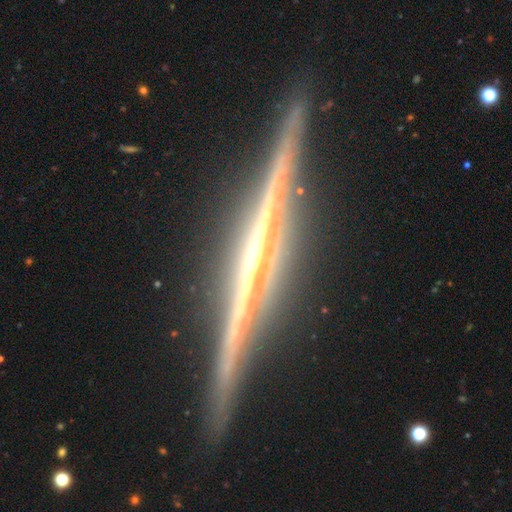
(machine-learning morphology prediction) Q: Smooth or featured?
A: featured or disk (90%); runner-up: star or artifact (6%)
Q: Edge-on disk?
A: yes (98%); runner-up: no (2%)
Q: Edge-on bulge?
A: none (49%); runner-up: rounded (37%)
Q: Merging?
A: none (89%); runner-up: minor disturbance (8%)